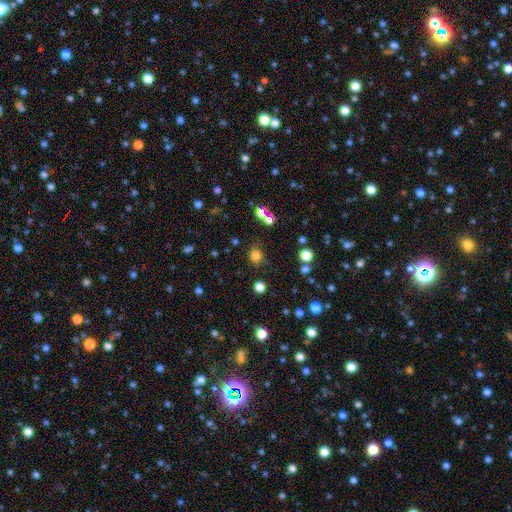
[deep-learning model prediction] Smooth or featured? Predicted: smooth (p=0.79). How rounded? Predicted: round (p=0.86). Merging? Predicted: none (p=0.81).